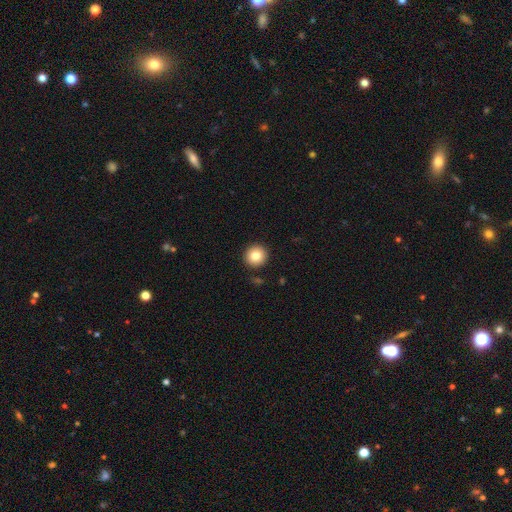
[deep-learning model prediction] Smooth or featured? smooth (82%)
How rounded? round (94%)
Merging? none (90%)